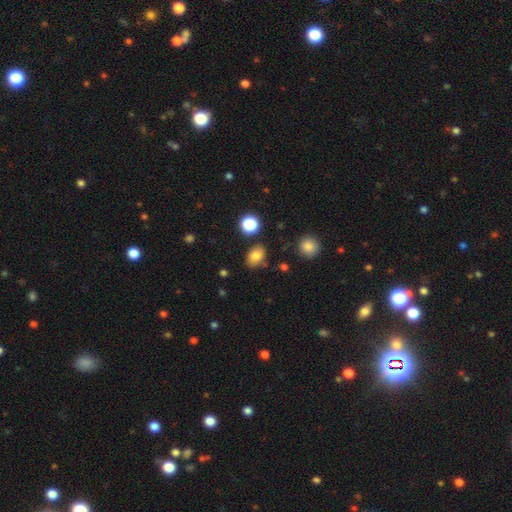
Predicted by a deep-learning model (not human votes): smooth-or-featured: smooth: 81% | star or artifact: 12% | featured or disk: 8%
  how-rounded: in between: 75% | round: 24% | cigar-shaped: 1%
  merging: none: 78% | minor disturbance: 14% | merger: 4% | major disturbance: 3%